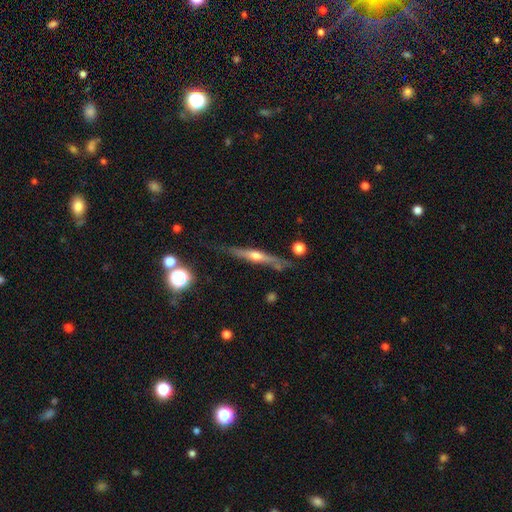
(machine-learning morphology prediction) Smooth or featured? Predicted: featured or disk (p=0.66). Edge-on disk? Predicted: yes (p=0.95). Edge-on bulge? Predicted: rounded (p=0.84). Merging? Predicted: none (p=0.72).